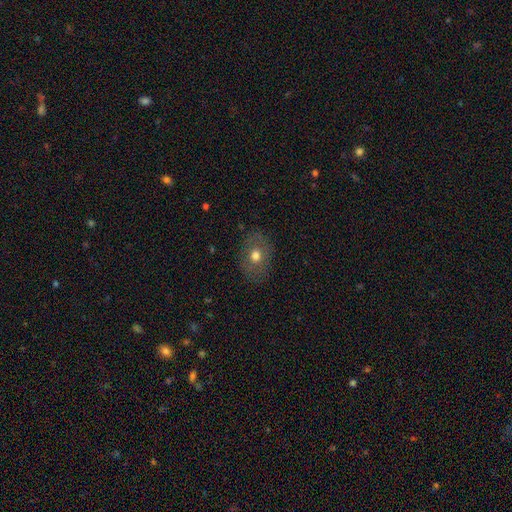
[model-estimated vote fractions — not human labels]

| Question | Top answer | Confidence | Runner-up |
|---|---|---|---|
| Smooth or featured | smooth | 64% | featured or disk (26%) |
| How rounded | in between | 65% | round (34%) |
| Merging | none | 82% | minor disturbance (12%) |